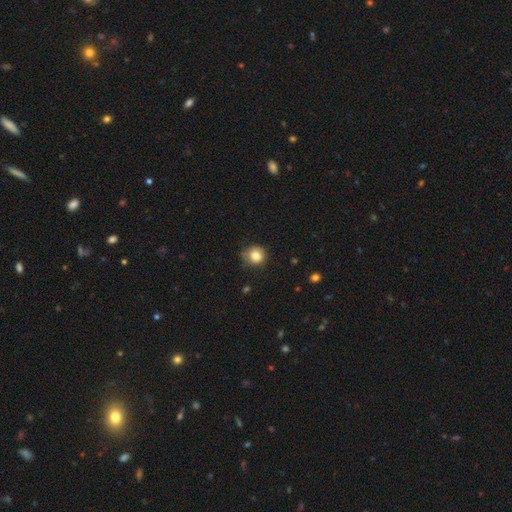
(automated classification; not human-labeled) Overall: smooth (84%). How rounded: round (87%). Merging: none (69%).